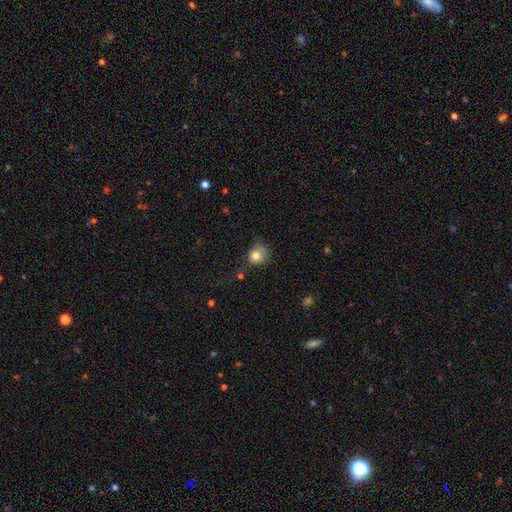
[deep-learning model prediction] smooth_or_featured: smooth (p=0.78) [alt: featured or disk p=0.11]
how_rounded: round (p=0.76) [alt: in between p=0.23]
merging: none (p=0.42) [alt: minor disturbance p=0.32]